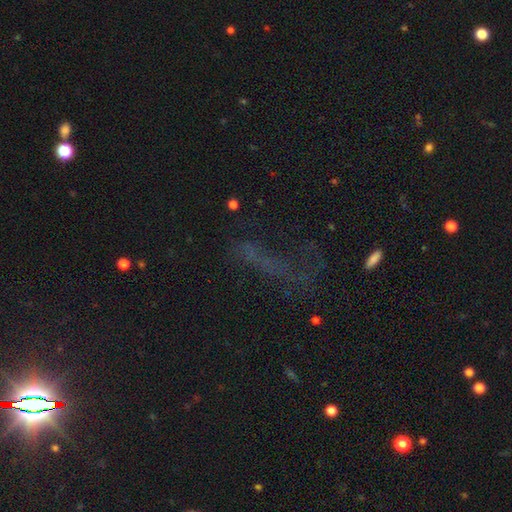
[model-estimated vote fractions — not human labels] Smooth or featured? Predicted: star or artifact (p=0.42).